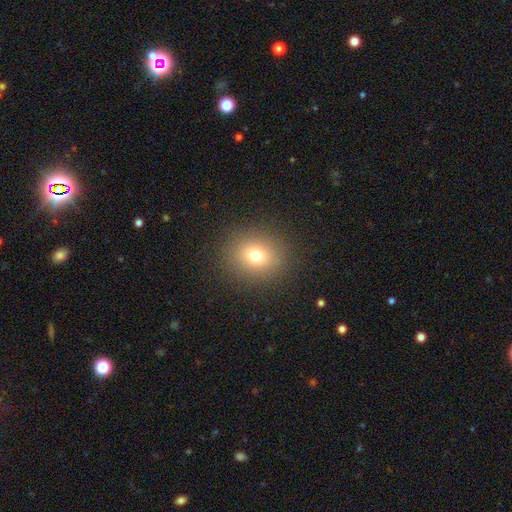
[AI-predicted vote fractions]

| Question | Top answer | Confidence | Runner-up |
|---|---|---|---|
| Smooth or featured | smooth | 73% | star or artifact (16%) |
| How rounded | round | 76% | in between (23%) |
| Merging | none | 88% | minor disturbance (7%) |